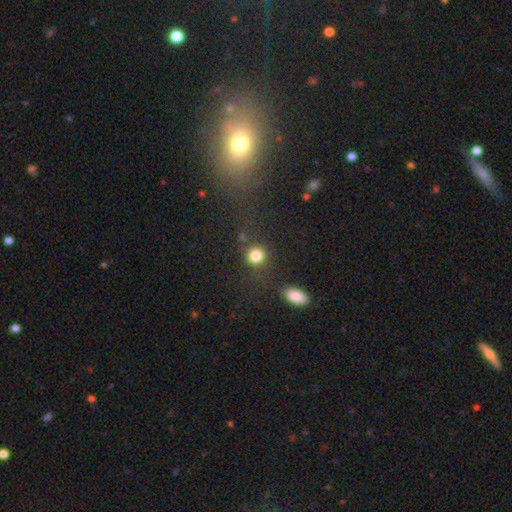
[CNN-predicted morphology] Smooth or featured: smooth — 84% (star or artifact — 11%)
How rounded: round — 85% (in between — 13%)
Merging: none — 75% (minor disturbance — 11%)